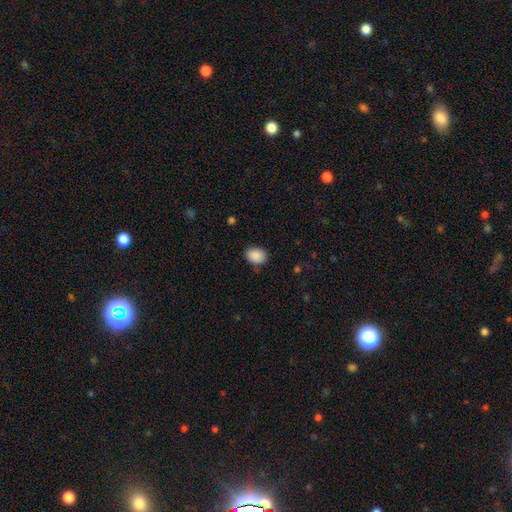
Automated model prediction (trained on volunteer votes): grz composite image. It shows a smooth galaxy with no disk features (89%) that is in between round and cigar-shaped (64%). Merging: none (83%).